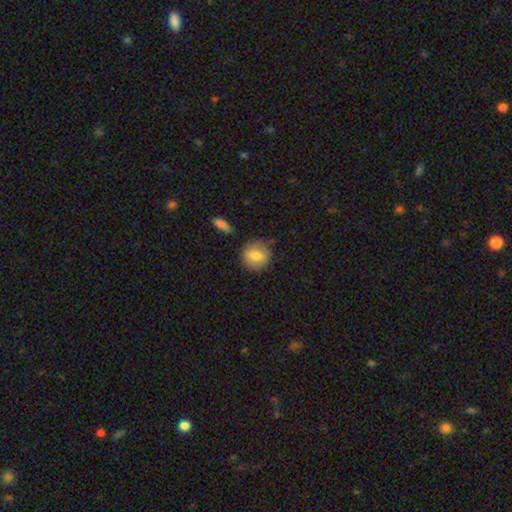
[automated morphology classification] Smooth or featured? Predicted: smooth (p=0.78). How rounded? Predicted: round (p=0.89). Merging? Predicted: none (p=0.83).